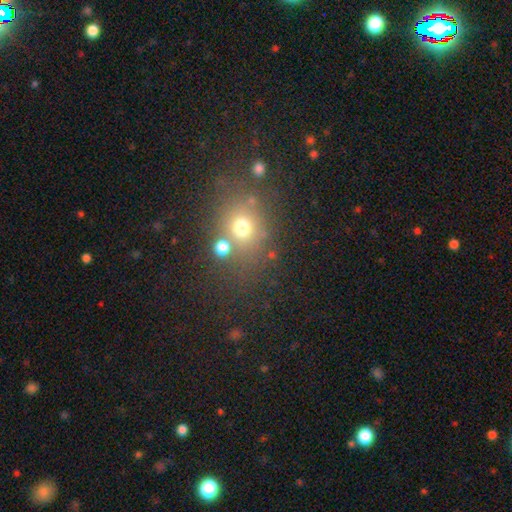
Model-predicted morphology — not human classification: Smooth or featured? Predicted: smooth (p=0.52). How rounded? Predicted: round (p=0.65). Merging? Predicted: none (p=0.72).